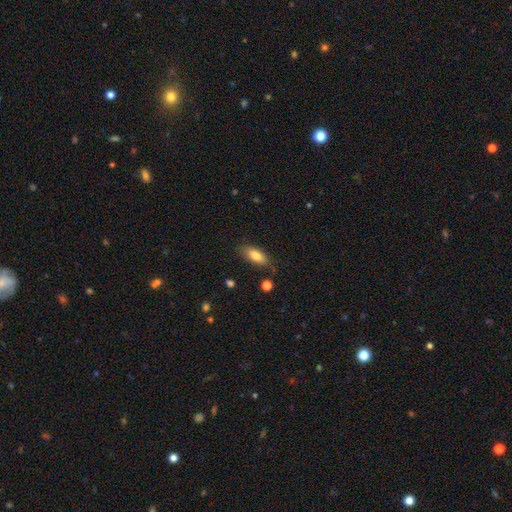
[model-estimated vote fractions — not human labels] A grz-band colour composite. It shows a smooth galaxy with no disk features (80%) that is in between round and cigar-shaped (80%). Merging: none (77%).